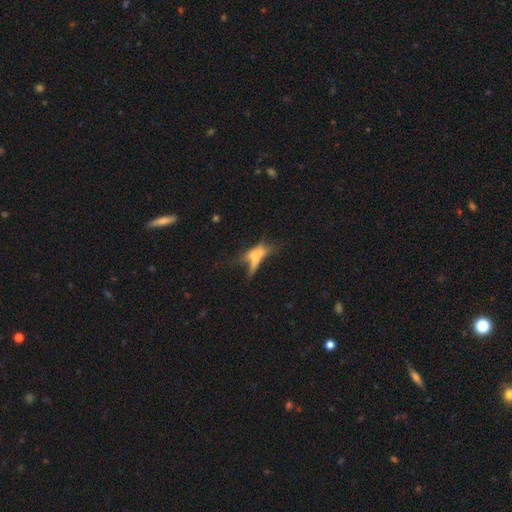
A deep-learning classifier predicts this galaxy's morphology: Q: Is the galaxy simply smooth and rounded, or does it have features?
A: smooth — 47%.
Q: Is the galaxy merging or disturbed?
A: major disturbance — 31%.